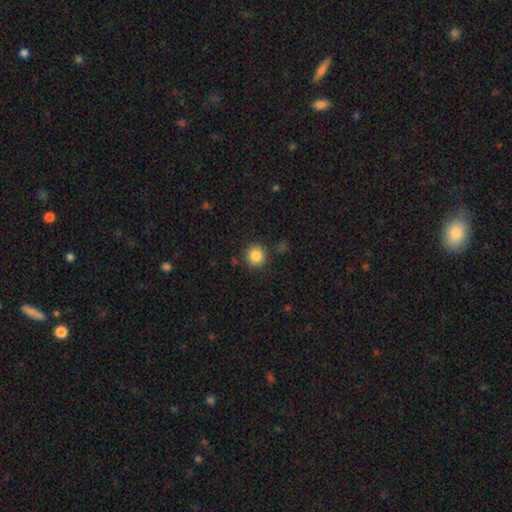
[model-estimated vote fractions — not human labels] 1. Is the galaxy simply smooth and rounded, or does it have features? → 85% smooth, 10% star or artifact, 5% featured or disk.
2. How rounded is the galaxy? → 90% round, 9% in between, 1% cigar-shaped.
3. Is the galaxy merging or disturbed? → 87% none, 8% minor disturbance, 3% merger, 3% major disturbance.